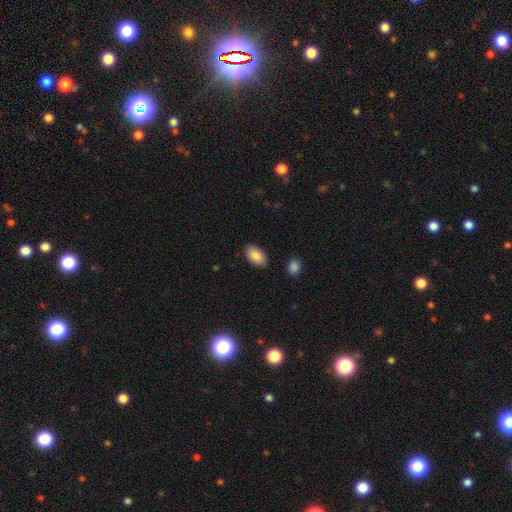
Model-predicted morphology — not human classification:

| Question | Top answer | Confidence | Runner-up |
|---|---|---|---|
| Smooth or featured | smooth | 87% | featured or disk (7%) |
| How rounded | in between | 95% | round (4%) |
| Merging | none | 87% | minor disturbance (9%) |